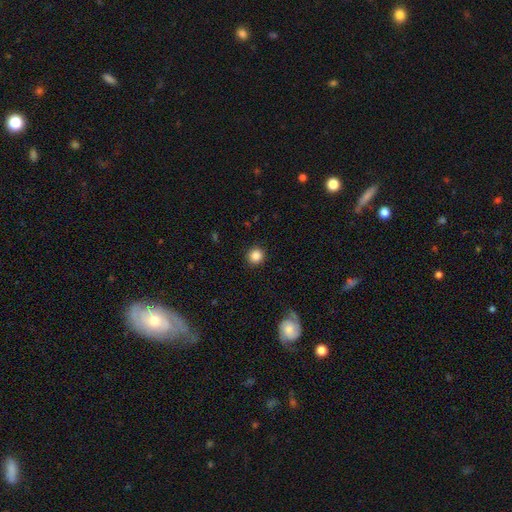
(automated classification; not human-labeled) smooth 86%, star or artifact 10%, featured or disk 4%. Down the decision tree: how rounded — round (94%); merging — none (91%).